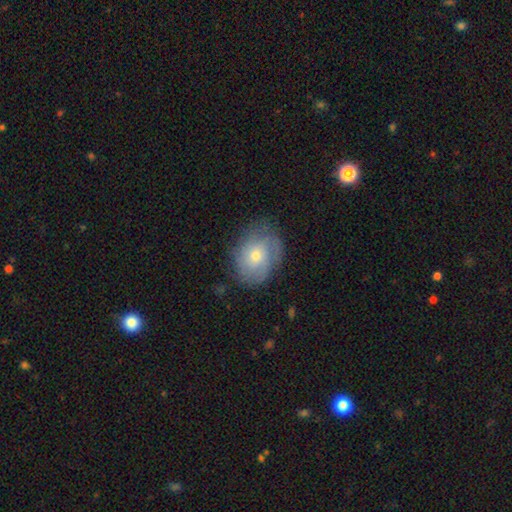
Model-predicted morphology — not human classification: Smooth or featured: featured or disk — 49% (smooth — 42%)
Merging: none — 68% (minor disturbance — 23%)